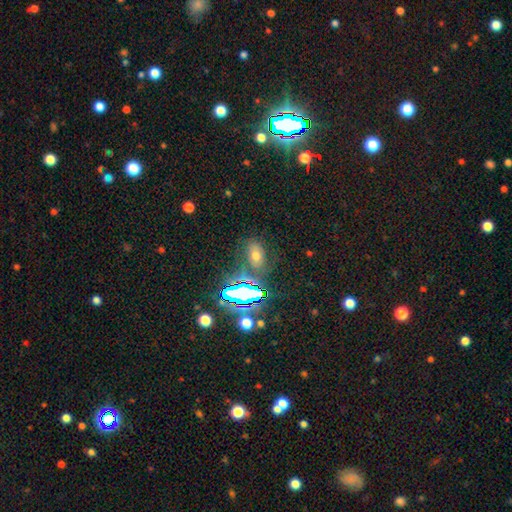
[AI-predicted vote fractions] A smooth galaxy with no disk features (47%).

Vote fractions:
- Smooth or featured? smooth: 47% / star or artifact: 38% / featured or disk: 15%
- Merging? none: 73% / minor disturbance: 14% / merger: 7% / major disturbance: 7%